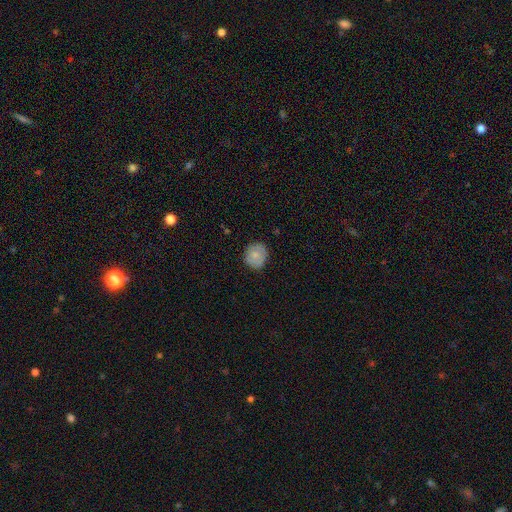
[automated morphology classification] type=smooth (76%); roundness=round (80%); merging=none (83%).